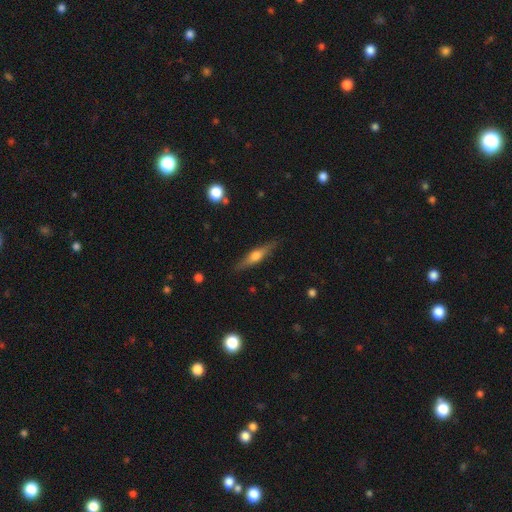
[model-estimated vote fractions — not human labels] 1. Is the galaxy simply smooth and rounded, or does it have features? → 60% featured or disk, 34% smooth, 6% star or artifact.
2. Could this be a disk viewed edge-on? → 95% yes, 5% no.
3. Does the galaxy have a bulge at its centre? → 89% rounded, 7% boxy, 4% none.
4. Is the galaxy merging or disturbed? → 87% none, 10% minor disturbance, 2% major disturbance, 1% merger.